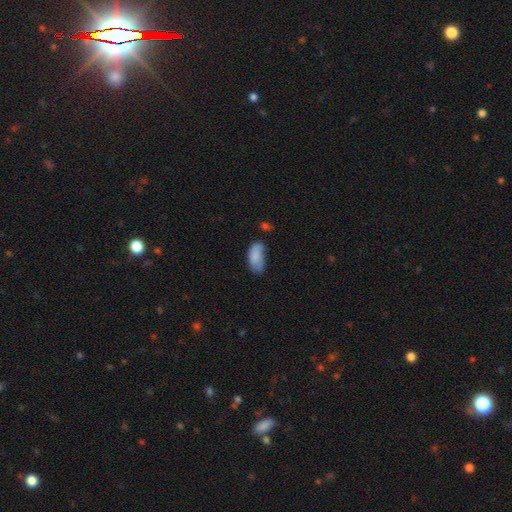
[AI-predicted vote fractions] smooth-or-featured: smooth: 84% | featured or disk: 9% | star or artifact: 7%
  how-rounded: in between: 92% | cigar-shaped: 6% | round: 2%
  merging: none: 47% | minor disturbance: 37% | major disturbance: 12% | merger: 4%